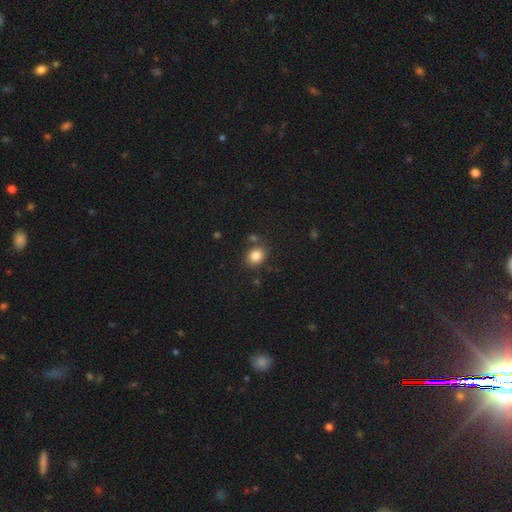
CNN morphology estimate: This is clearly a smooth galaxy (84%). How rounded: possibly round (51%). Merging: likely none (76%).